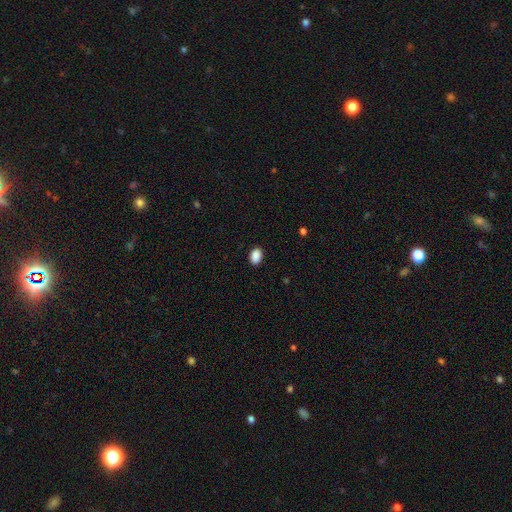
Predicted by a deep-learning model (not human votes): The model was most divided on "how rounded": in between: 82%, round: 17%, cigar-shaped: 1%. More confident: merging — none (90%); smooth or featured — smooth (90%).